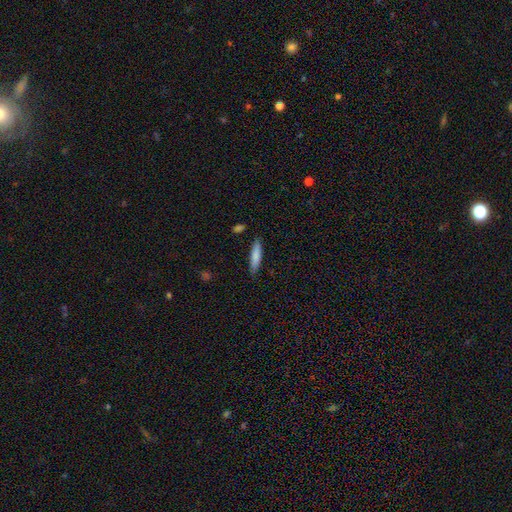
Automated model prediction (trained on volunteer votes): smooth_or_featured: smooth (p=0.80) [alt: featured or disk p=0.14]
how_rounded: cigar-shaped (p=0.81) [alt: in between p=0.18]
merging: none (p=0.85) [alt: minor disturbance p=0.11]